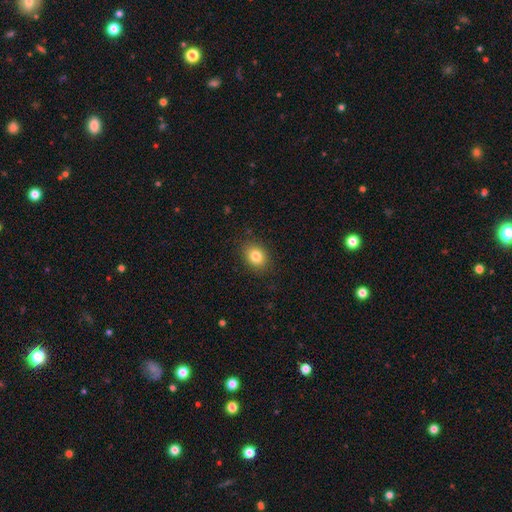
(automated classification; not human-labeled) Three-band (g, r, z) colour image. It shows a smooth galaxy with no disk features (83%) that is in between round and cigar-shaped (53%). Merging: none (87%).